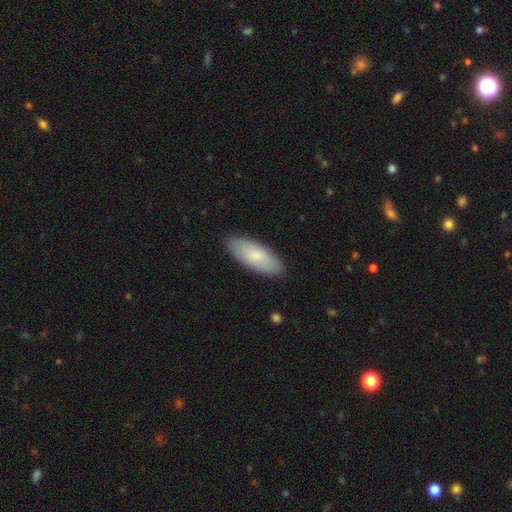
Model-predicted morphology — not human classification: smooth_or_featured: smooth (p=0.80) [alt: featured or disk p=0.14]
how_rounded: in between (p=0.79) [alt: cigar-shaped p=0.19]
merging: none (p=0.88) [alt: minor disturbance p=0.09]